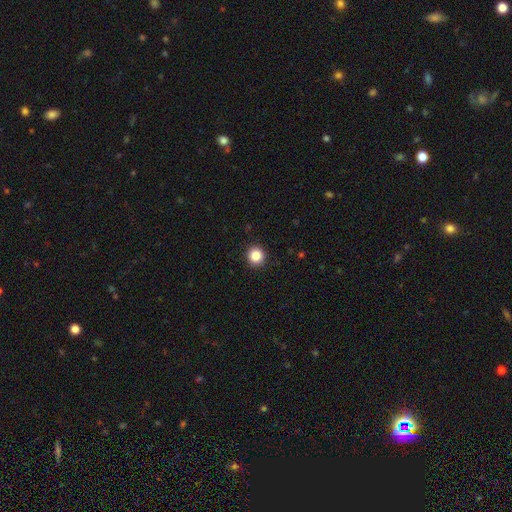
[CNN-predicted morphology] smooth-or-featured: smooth: 86% | star or artifact: 11% | featured or disk: 4%
  how-rounded: round: 93% | in between: 7% | cigar-shaped: 1%
  merging: none: 92% | minor disturbance: 5% | major disturbance: 2% | merger: 1%